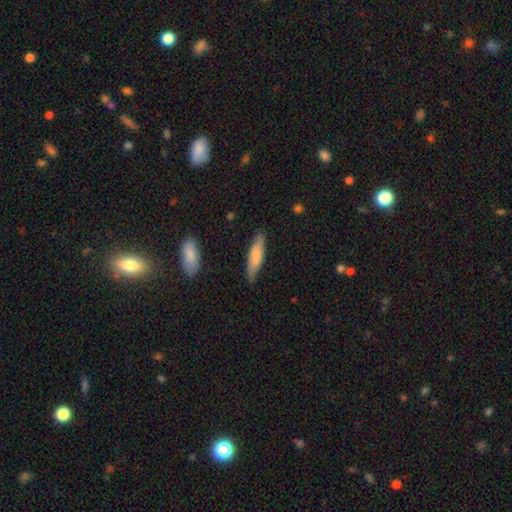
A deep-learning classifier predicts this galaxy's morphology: Smooth or featured? smooth (75%)
How rounded? cigar-shaped (72%)
Merging? none (82%)